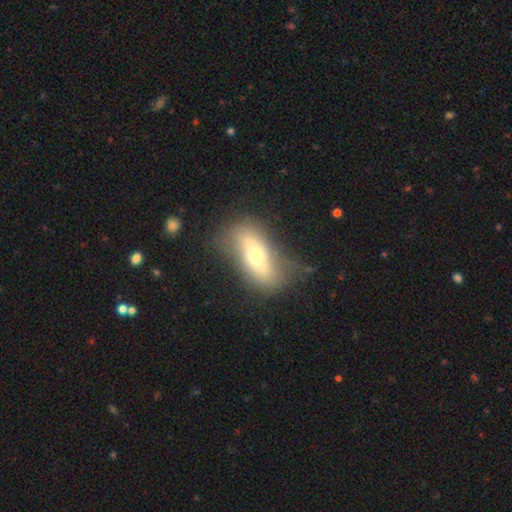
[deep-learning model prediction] Overall: smooth (47%; featured or disk 46%). Merging: none (67%).